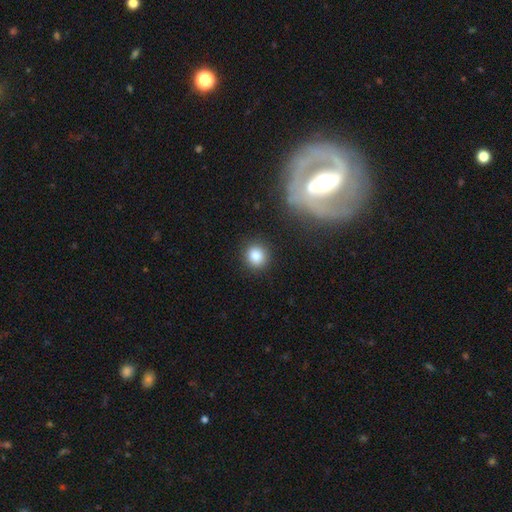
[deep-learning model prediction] smooth-or-featured: smooth: 83% | star or artifact: 11% | featured or disk: 6%
  how-rounded: round: 89% | in between: 10% | cigar-shaped: 1%
  merging: none: 90% | minor disturbance: 6% | major disturbance: 2% | merger: 2%